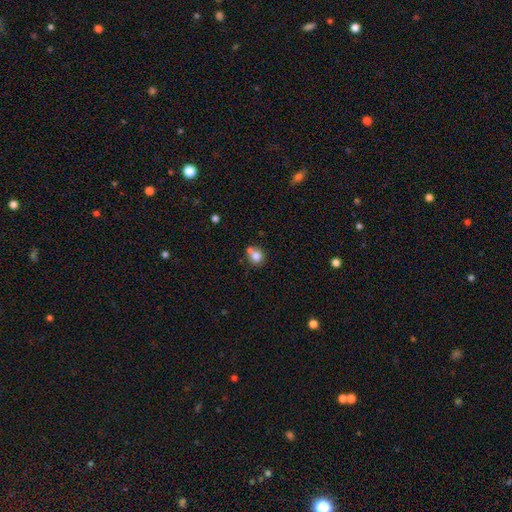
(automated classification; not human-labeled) smooth-or-featured: smooth: 78% | featured or disk: 11% | star or artifact: 11%
  how-rounded: round: 81% | in between: 18% | cigar-shaped: 1%
  merging: none: 51% | merger: 32% | minor disturbance: 12% | major disturbance: 4%